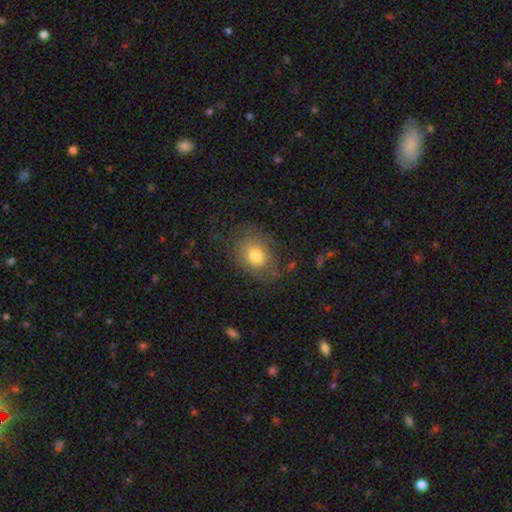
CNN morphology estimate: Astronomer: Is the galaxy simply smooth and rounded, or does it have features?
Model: smooth — 70%.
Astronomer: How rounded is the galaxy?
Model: in between — 50% (runner-up: round, 49%).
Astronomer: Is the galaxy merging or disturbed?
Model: none — 67%.